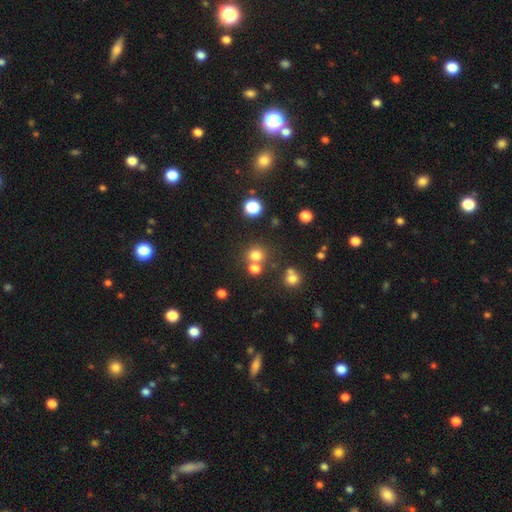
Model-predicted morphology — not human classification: Smooth or featured?
  - smooth: 74% *
  - star or artifact: 19%
  - featured or disk: 7%
How rounded?
  - round: 88% *
  - in between: 11%
  - cigar-shaped: 1%
Merging?
  - none: 66% *
  - merger: 23%
  - minor disturbance: 8%
  - major disturbance: 3%